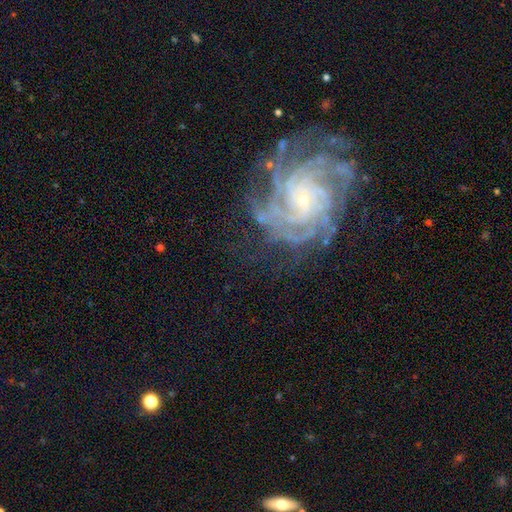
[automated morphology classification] Smooth or featured: featured or disk — 79% (star or artifact — 14%)
Edge-on disk: no — 97% (yes — 3%)
Bar: no — 64% (weak — 27%)
Spiral arms: yes — 97% (no — 3%)
Spiral winding: tight — 71% (medium — 24%)
Spiral arm count: can't tell — 26% (more than 4 — 21%)
Bulge size: small — 69% (moderate — 23%)
Merging: none — 77% (minor disturbance — 14%)